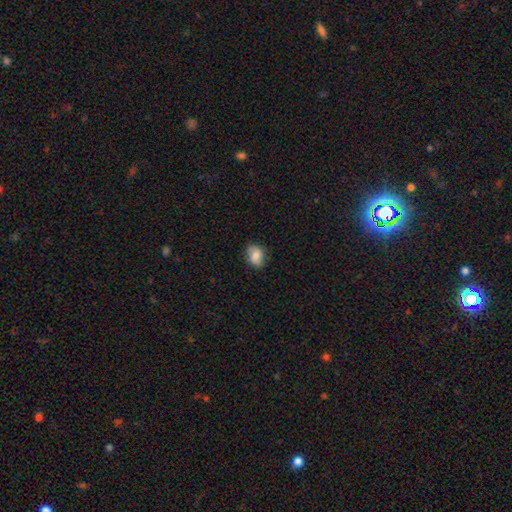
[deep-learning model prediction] Smooth or featured?
  - smooth: 75% *
  - featured or disk: 17%
  - star or artifact: 9%
How rounded?
  - in between: 57% *
  - round: 41%
  - cigar-shaped: 1%
Merging?
  - none: 77% *
  - minor disturbance: 18%
  - major disturbance: 4%
  - merger: 1%